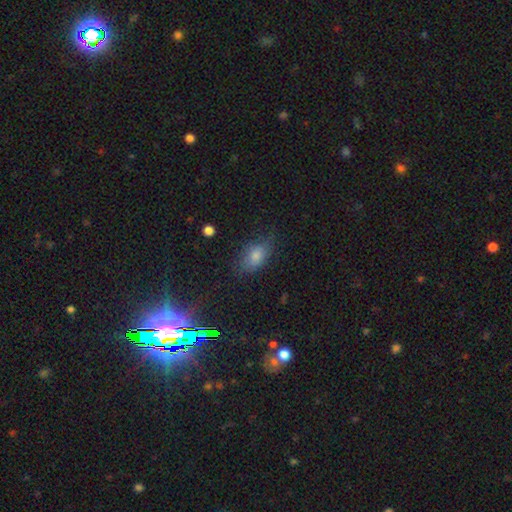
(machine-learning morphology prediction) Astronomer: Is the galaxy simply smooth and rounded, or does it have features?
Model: smooth — 63%.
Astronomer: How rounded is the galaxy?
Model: in between — 84%.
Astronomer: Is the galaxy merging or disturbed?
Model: none — 69%.